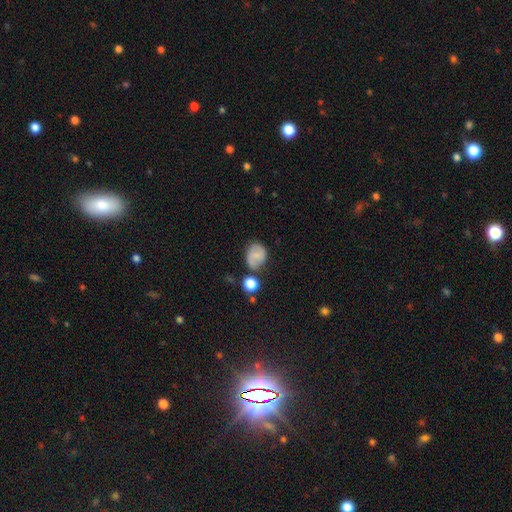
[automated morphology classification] Smooth or featured? smooth (64%)
How rounded? round (51%)
Merging? none (61%)